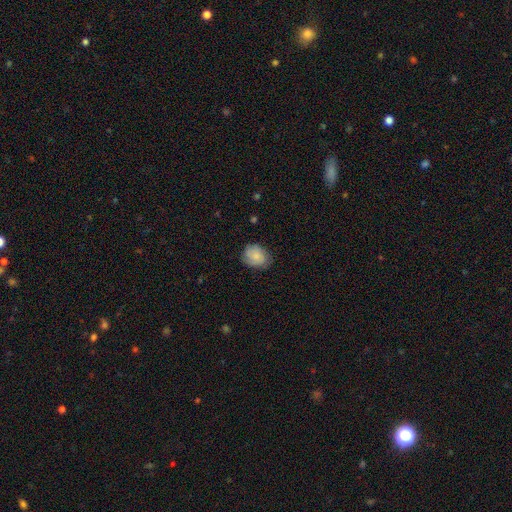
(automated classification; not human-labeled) The model was most divided on "how rounded": in between: 51%, round: 48%, cigar-shaped: 1%. More confident: smooth or featured — smooth (79%); merging — none (71%).